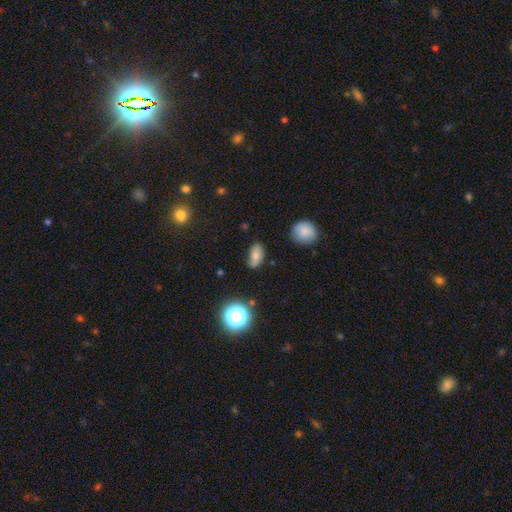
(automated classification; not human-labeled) Smooth or featured?
  - smooth: 66% *
  - featured or disk: 20%
  - star or artifact: 14%
How rounded?
  - in between: 86% *
  - round: 9%
  - cigar-shaped: 5%
Merging?
  - none: 66% *
  - minor disturbance: 24%
  - major disturbance: 7%
  - merger: 3%